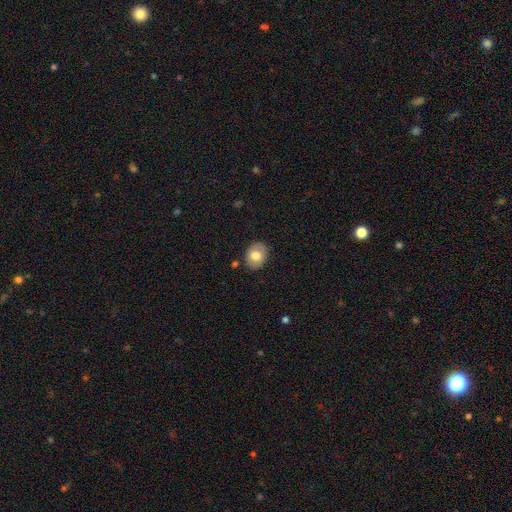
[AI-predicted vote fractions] A smooth galaxy with no disk features (72%) that is in between round and cigar-shaped (58%). Merging: none (84%).